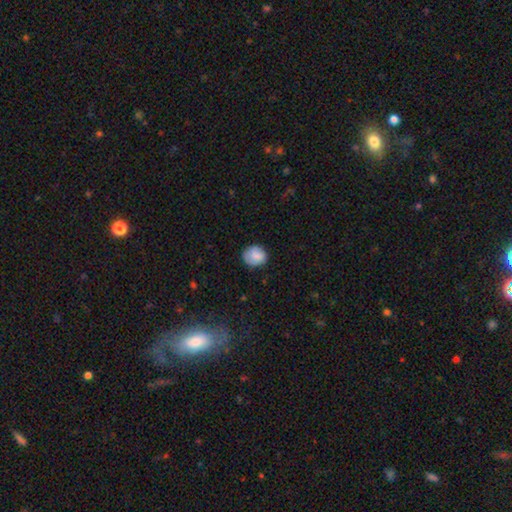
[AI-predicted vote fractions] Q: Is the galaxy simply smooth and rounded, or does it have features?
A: smooth — 82%.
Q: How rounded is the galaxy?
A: round — 73%.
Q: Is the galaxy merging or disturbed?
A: none — 76%.